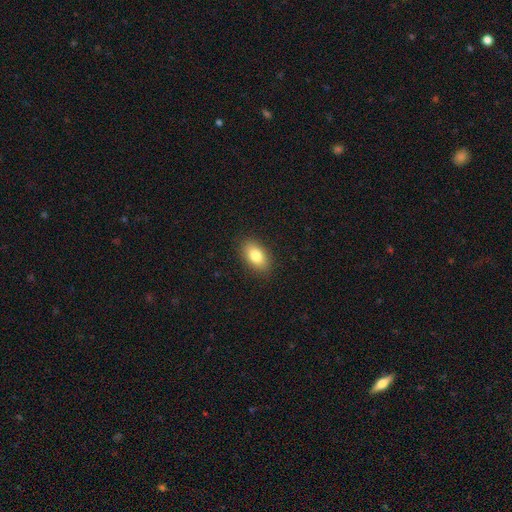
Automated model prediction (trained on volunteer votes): Morphology: type=smooth (82%); roundness=in between (91%); merging=none (88%).